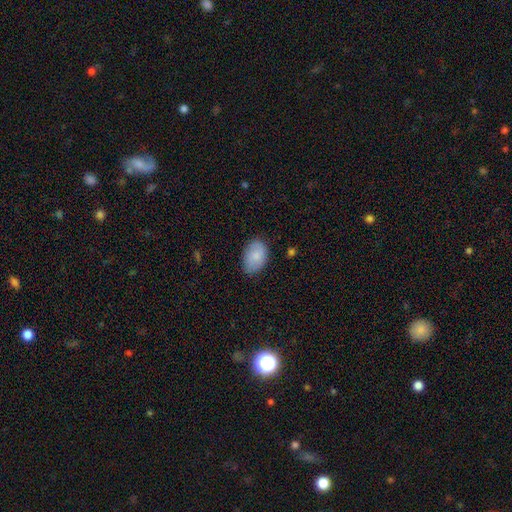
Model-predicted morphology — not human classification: type=smooth (84%); roundness=in between (88%); merging=none (77%).